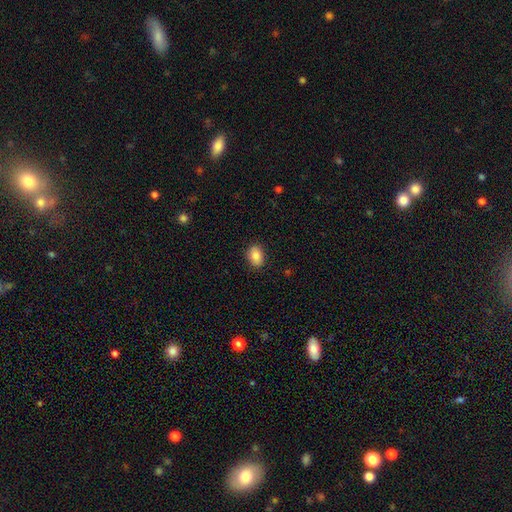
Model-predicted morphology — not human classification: smooth-or-featured: smooth: 87% | star or artifact: 8% | featured or disk: 5%
  how-rounded: in between: 80% | round: 18% | cigar-shaped: 1%
  merging: none: 88% | minor disturbance: 9% | major disturbance: 2% | merger: 1%